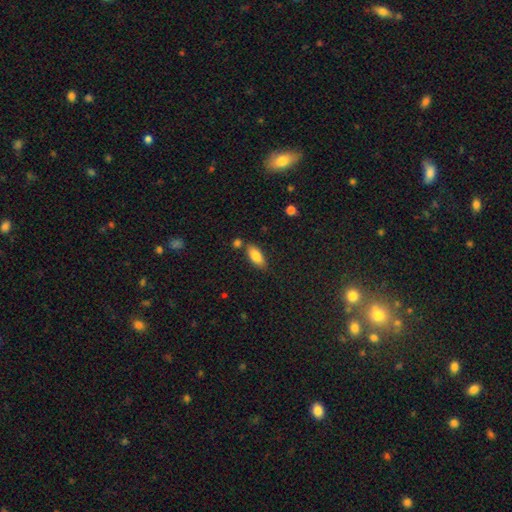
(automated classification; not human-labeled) This is clearly a smooth galaxy (84%). How rounded: clearly in between (85%). Merging: likely none (72%).